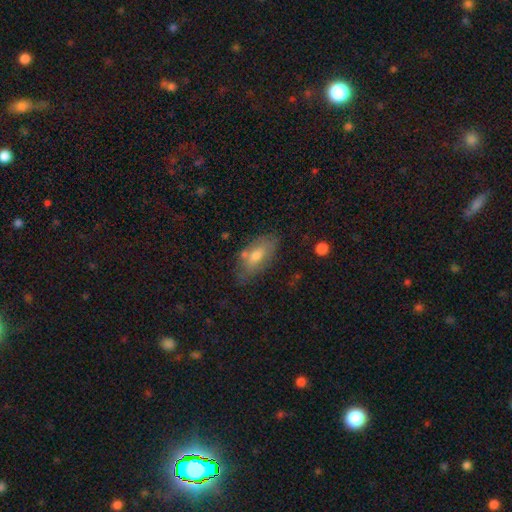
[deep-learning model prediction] This is likely a smooth galaxy (64%). How rounded: clearly in between (85%). Merging: likely none (67%).